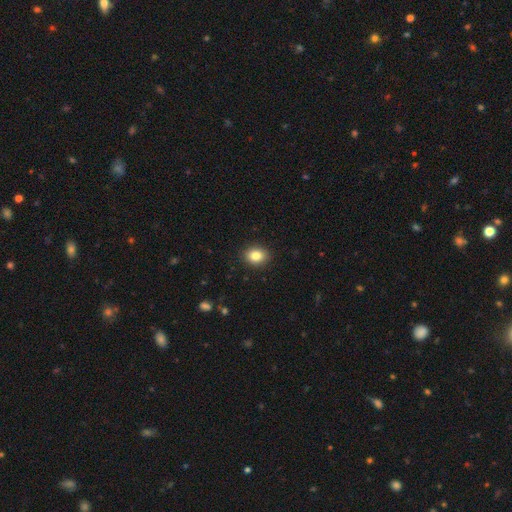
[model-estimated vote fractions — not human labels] Q: Smooth or featured?
A: smooth (84%); runner-up: star or artifact (10%)
Q: How rounded?
A: in between (52%); runner-up: round (47%)
Q: Merging?
A: none (90%); runner-up: minor disturbance (7%)